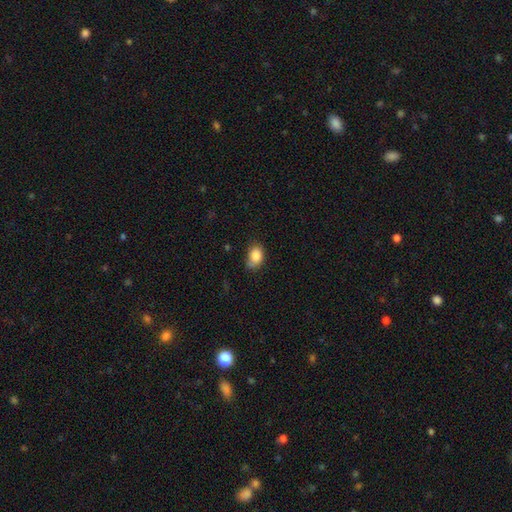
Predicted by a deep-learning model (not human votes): Q: Smooth or featured?
A: smooth (86%); runner-up: star or artifact (8%)
Q: How rounded?
A: in between (79%); runner-up: round (20%)
Q: Merging?
A: none (56%); runner-up: minor disturbance (34%)